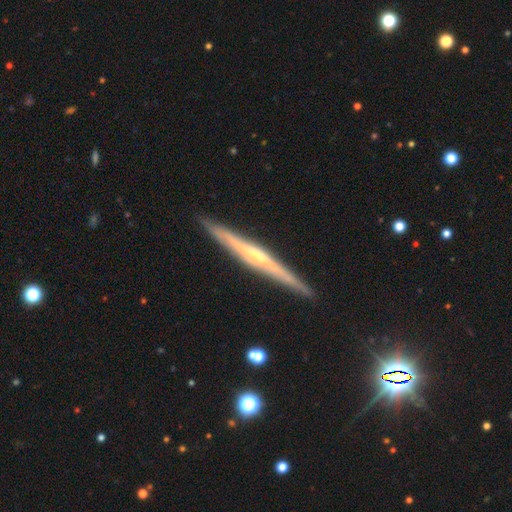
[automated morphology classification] featured or disk 73%, smooth 22%, star or artifact 5%. Down the decision tree: edge-on disk — yes (97%); edge-on bulge — rounded (47%); merging — none (90%).